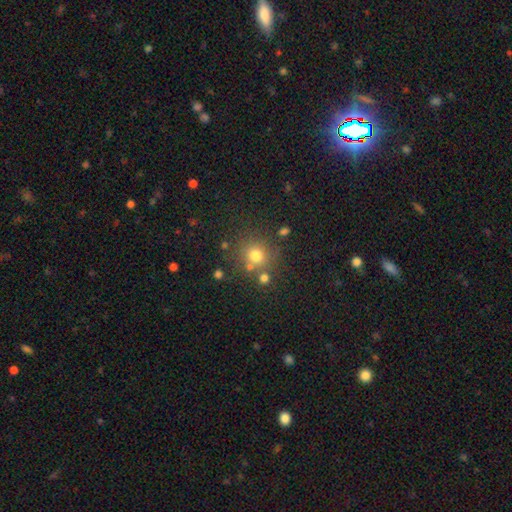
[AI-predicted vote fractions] The model was most divided on "smooth or featured": smooth: 72%, star or artifact: 18%, featured or disk: 9%. More confident: how rounded — round (88%); merging — none (73%).